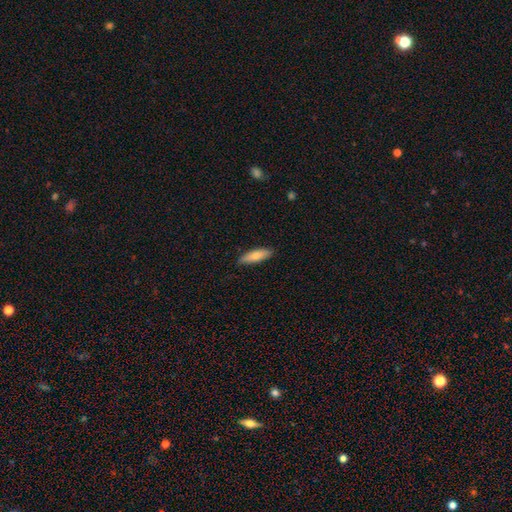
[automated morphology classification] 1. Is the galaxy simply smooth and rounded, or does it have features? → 74% smooth, 20% featured or disk, 6% star or artifact.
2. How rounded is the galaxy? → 54% cigar-shaped, 44% in between, 2% round.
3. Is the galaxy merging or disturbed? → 86% none, 11% minor disturbance, 2% major disturbance, 1% merger.